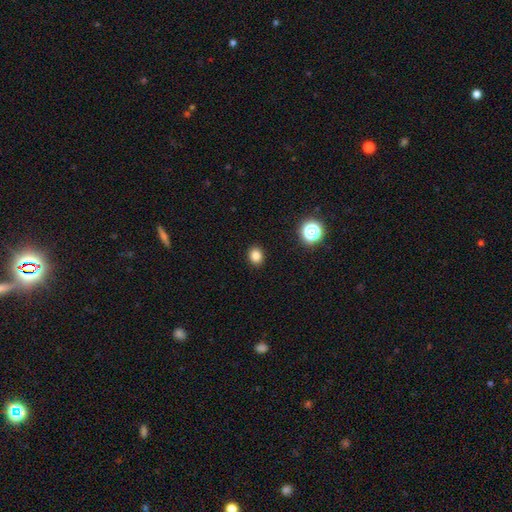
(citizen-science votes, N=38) A smooth galaxy with no disk features (95%) that is round (56%).

Vote fractions:
- Smooth or featured? smooth: 95% / star or artifact: 5% / featured or disk: 0%
- How rounded? round: 56% / in between: 44% / cigar-shaped: 0%
- Merging? none: 92% / minor disturbance: 8% / major disturbance: 0% / merger: 0%